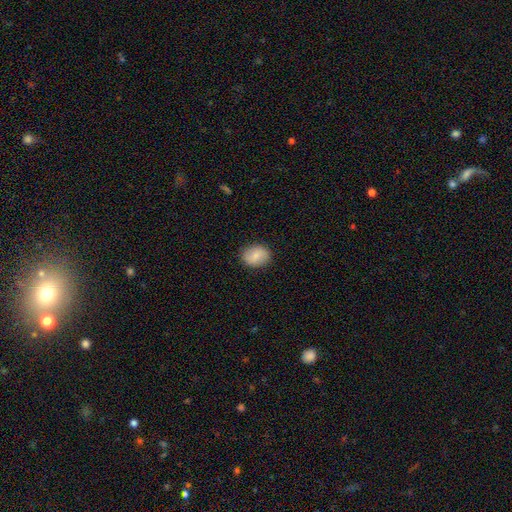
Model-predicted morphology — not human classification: Q: Smooth or featured?
A: smooth (79%); runner-up: featured or disk (14%)
Q: How rounded?
A: in between (56%); runner-up: round (43%)
Q: Merging?
A: none (87%); runner-up: minor disturbance (10%)